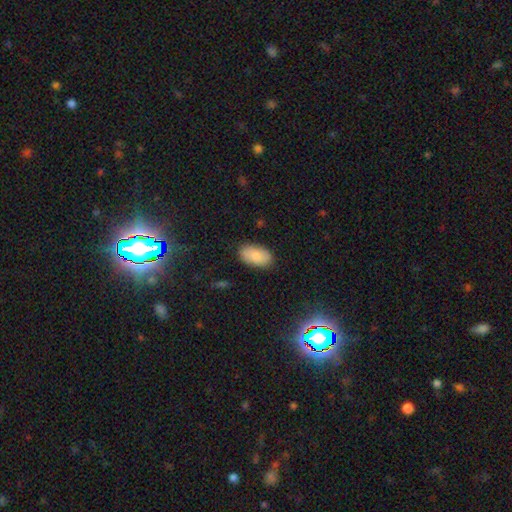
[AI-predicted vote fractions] Morphology: type=smooth (86%); roundness=in between (94%); merging=none (85%).